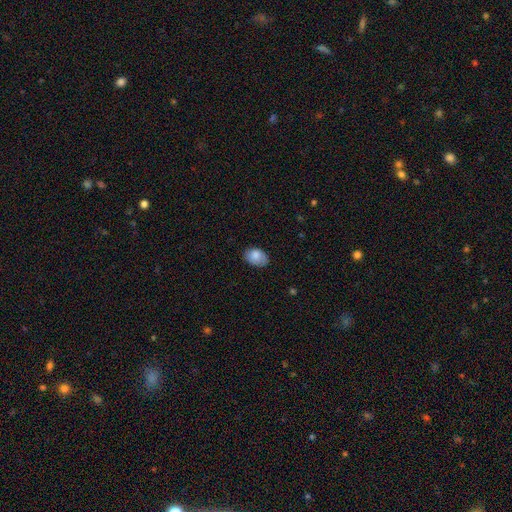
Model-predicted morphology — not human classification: Smooth or featured? smooth (84%)
How rounded? in between (82%)
Merging? none (74%)